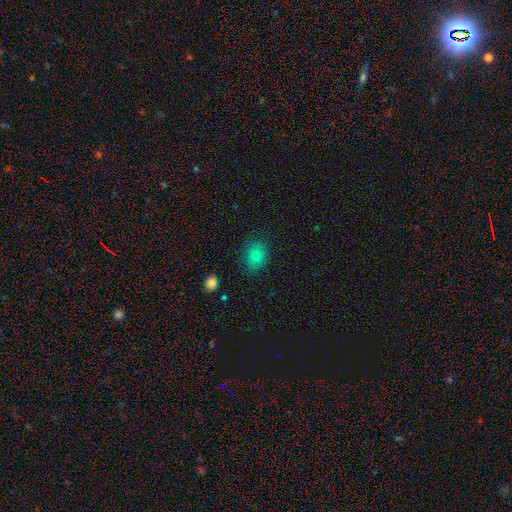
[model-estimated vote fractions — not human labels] smooth_or_featured: smooth (p=0.78) [alt: star or artifact p=0.13]
how_rounded: round (p=0.56) [alt: in between p=0.43]
merging: none (p=0.84) [alt: minor disturbance p=0.11]